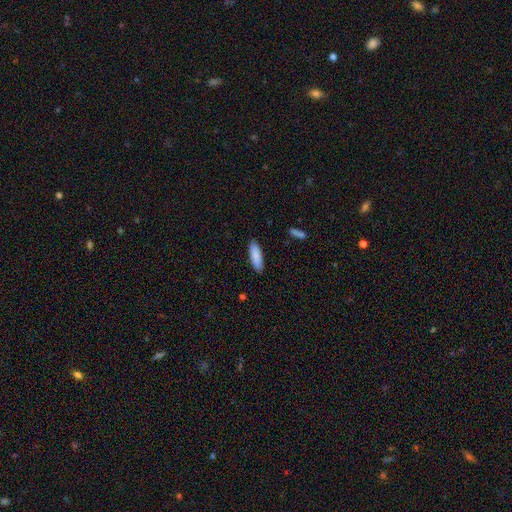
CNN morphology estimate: This appears to be a smooth galaxy with no disk features (86%) that is in between round and cigar-shaped (54%). Merging: none (88%).